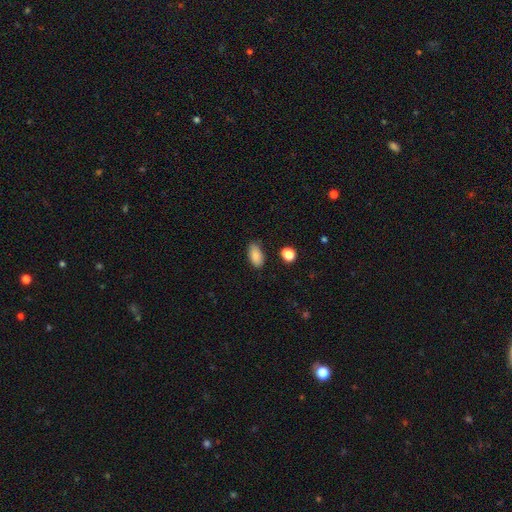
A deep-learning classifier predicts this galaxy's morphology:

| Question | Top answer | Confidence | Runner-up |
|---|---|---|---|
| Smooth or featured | smooth | 87% | star or artifact (8%) |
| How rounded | in between | 91% | cigar-shaped (5%) |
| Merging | none | 82% | minor disturbance (13%) |